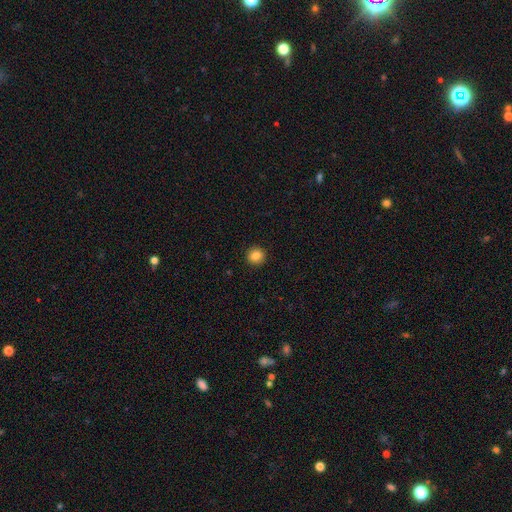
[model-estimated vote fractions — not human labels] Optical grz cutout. It shows a smooth galaxy with no disk features (85%) that is round (93%). Merging: none (93%).